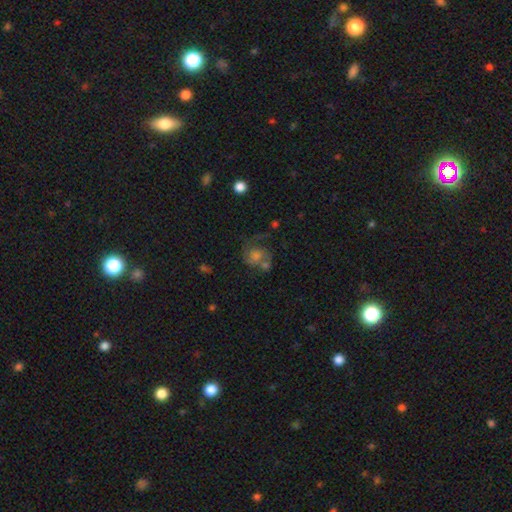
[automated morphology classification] This appears to be a smooth galaxy with no disk features (44%, tied with featured or disk). Merging: none (37%).